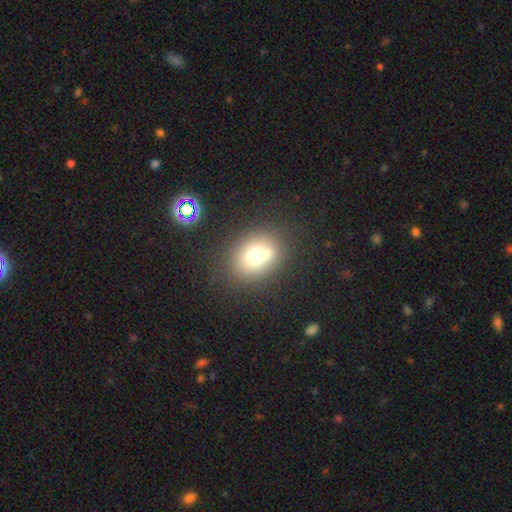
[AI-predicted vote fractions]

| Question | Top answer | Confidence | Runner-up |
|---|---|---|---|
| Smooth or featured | smooth | 67% | featured or disk (18%) |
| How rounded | round | 63% | in between (36%) |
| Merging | none | 60% | merger (22%) |